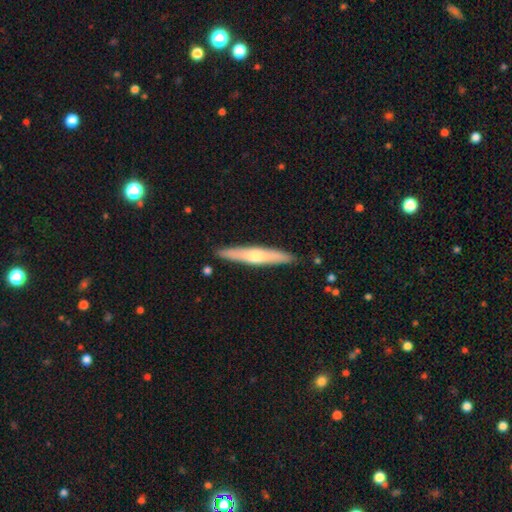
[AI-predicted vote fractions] This is possibly a featured or disk galaxy (56%). It is clearly viewed edge-on (94%). Edge-on bulge: clearly rounded (83%). Merging: clearly none (90%).